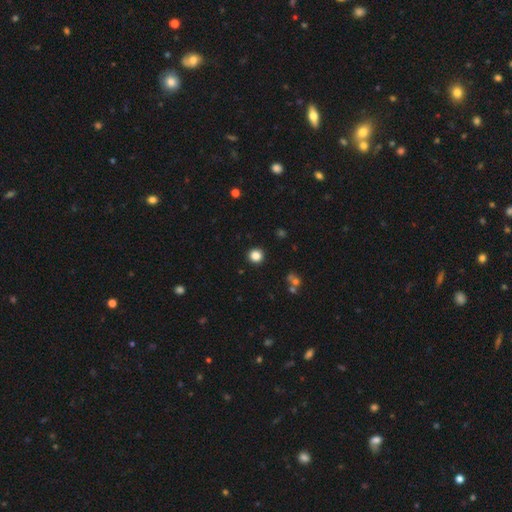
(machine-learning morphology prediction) Overall: smooth (84%). How rounded: round (95%). Merging: none (92%).